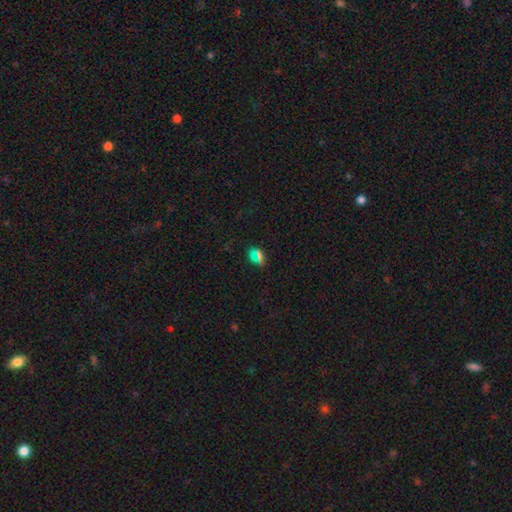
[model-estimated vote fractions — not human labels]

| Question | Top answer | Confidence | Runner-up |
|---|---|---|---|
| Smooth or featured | smooth | 59% | star or artifact (33%) |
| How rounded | in between | 65% | round (29%) |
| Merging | none | 81% | minor disturbance (11%) |